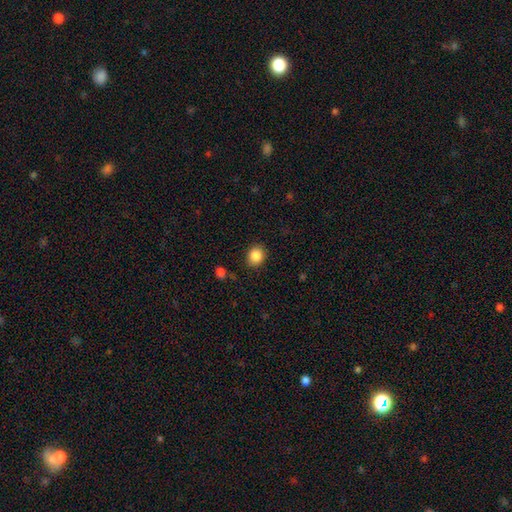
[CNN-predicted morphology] smooth 87%, star or artifact 10%, featured or disk 4%. Down the decision tree: how rounded — round (72%); merging — none (87%).